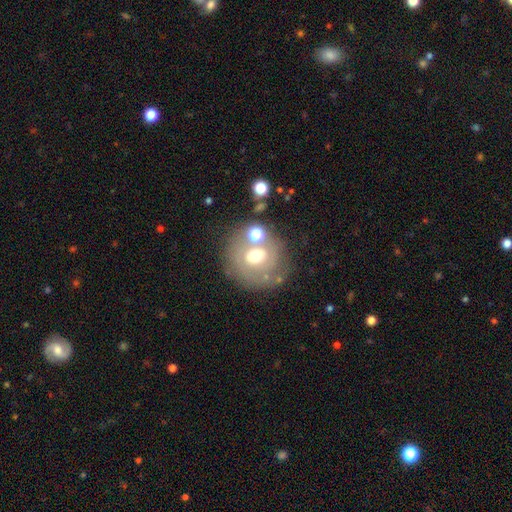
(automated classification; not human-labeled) smooth_or_featured: smooth (p=0.46) [alt: featured or disk p=0.40]
merging: none (p=0.63) [alt: minor disturbance p=0.15]